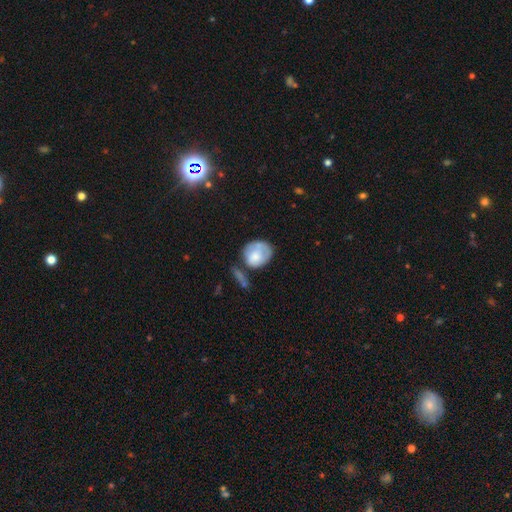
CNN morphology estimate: Q: Smooth or featured?
A: smooth (67%); runner-up: featured or disk (26%)
Q: How rounded?
A: round (57%); runner-up: in between (42%)
Q: Merging?
A: none (39%); runner-up: minor disturbance (29%)